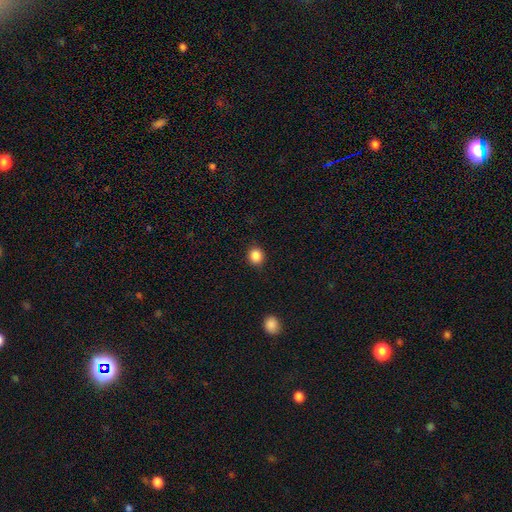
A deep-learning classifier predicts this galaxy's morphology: smooth-or-featured: smooth: 87% | star or artifact: 10% | featured or disk: 3%
  how-rounded: round: 84% | in between: 15% | cigar-shaped: 1%
  merging: none: 90% | minor disturbance: 7% | major disturbance: 2% | merger: 1%